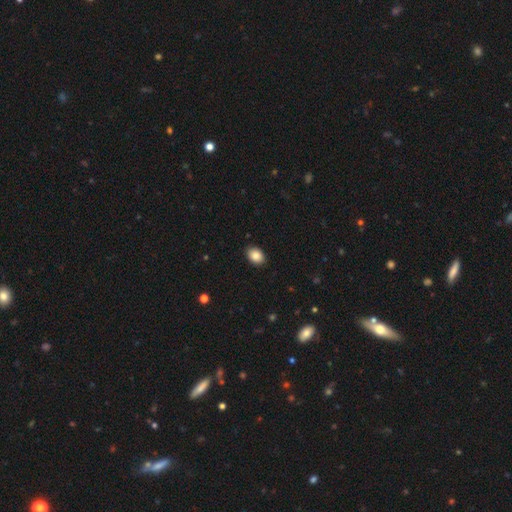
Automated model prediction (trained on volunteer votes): smooth 87%, star or artifact 8%, featured or disk 5%. Down the decision tree: how rounded — in between (76%); merging — none (89%).